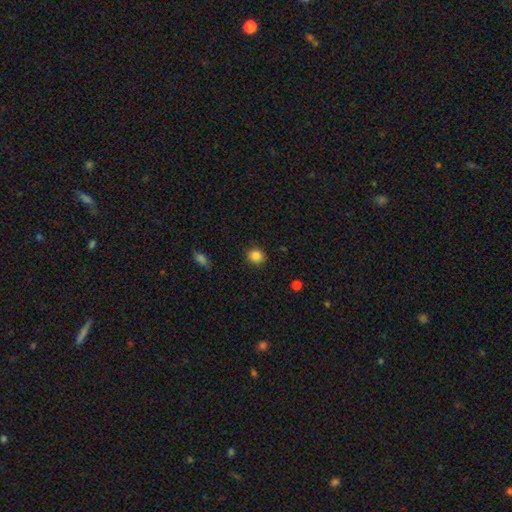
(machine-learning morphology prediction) type=smooth (86%); roundness=round (88%); merging=none (89%).